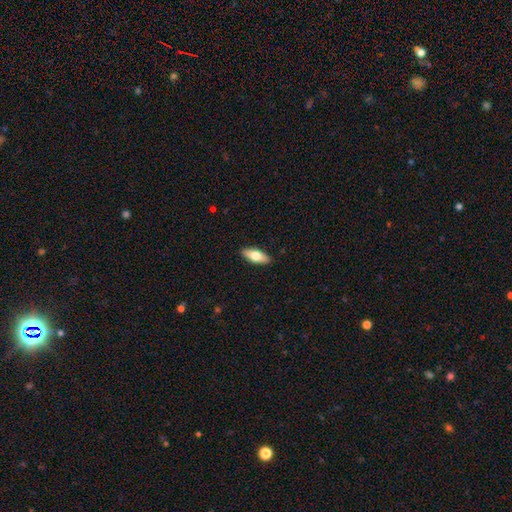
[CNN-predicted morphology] Smooth or featured?
  - smooth: 70% *
  - featured or disk: 24%
  - star or artifact: 6%
How rounded?
  - in between: 75% *
  - cigar-shaped: 23%
  - round: 3%
Merging?
  - none: 90% *
  - minor disturbance: 7%
  - major disturbance: 2%
  - merger: 1%